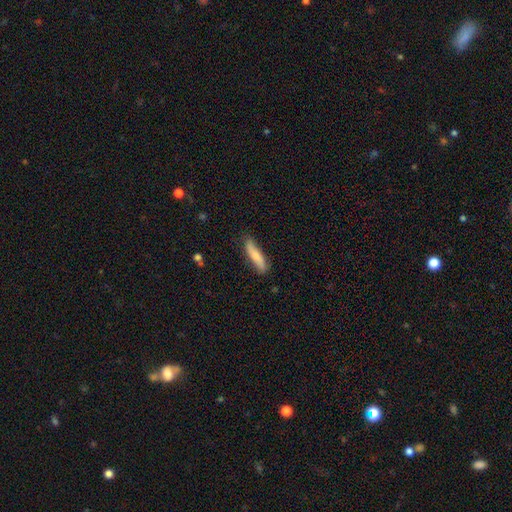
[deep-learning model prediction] This is likely a smooth galaxy (75%). How rounded: clearly cigar-shaped (80%). Merging: clearly none (80%).